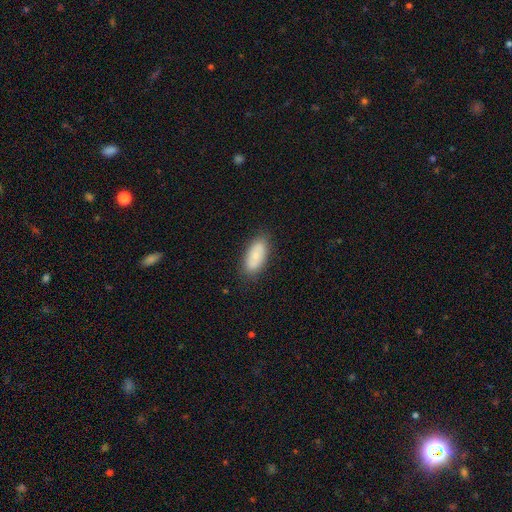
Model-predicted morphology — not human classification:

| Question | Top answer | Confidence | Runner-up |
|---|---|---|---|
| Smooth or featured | smooth | 73% | featured or disk (20%) |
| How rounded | in between | 90% | cigar-shaped (8%) |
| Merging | none | 82% | minor disturbance (13%) |